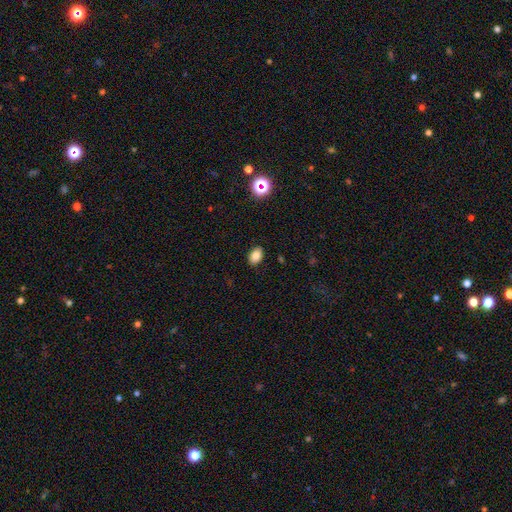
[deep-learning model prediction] smooth 83%, star or artifact 10%, featured or disk 7%. Down the decision tree: how rounded — in between (84%); merging — none (88%).